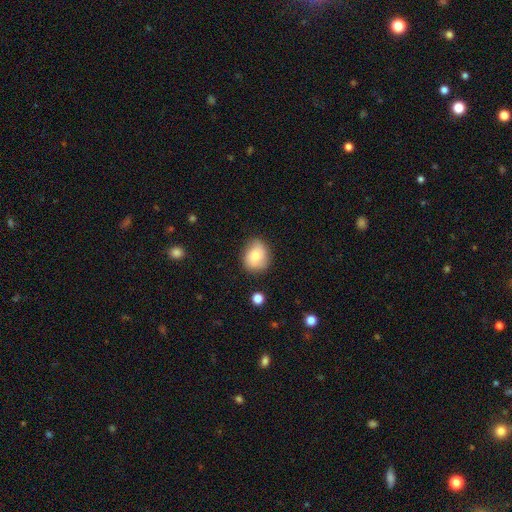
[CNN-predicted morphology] The model was most divided on "how rounded": round: 63%, in between: 36%, cigar-shaped: 1%. More confident: merging — none (77%); smooth or featured — smooth (71%).